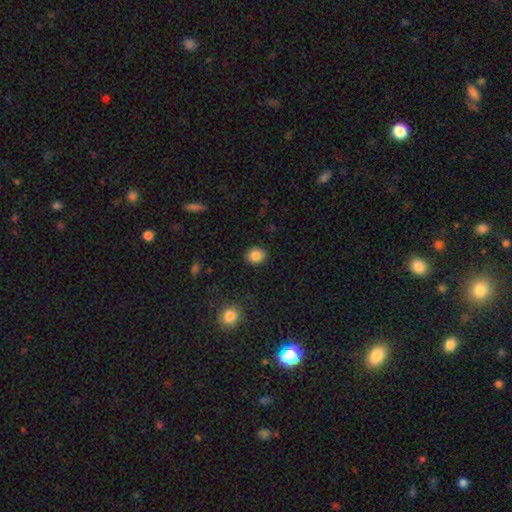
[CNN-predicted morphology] The model was most divided on "how rounded": round: 73%, in between: 26%, cigar-shaped: 1%. More confident: merging — none (89%); smooth or featured — smooth (85%).